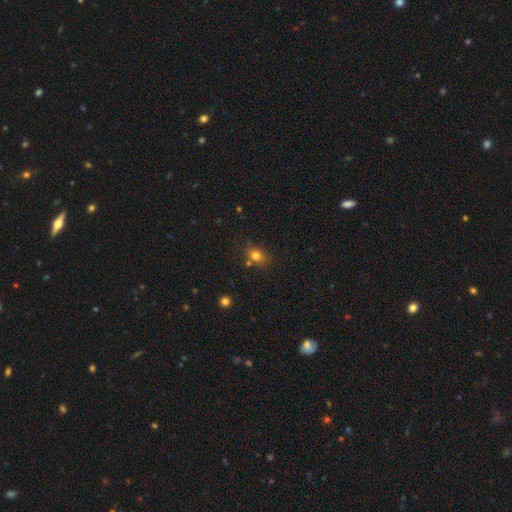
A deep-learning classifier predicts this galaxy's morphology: The model was most divided on "how rounded": in between: 61%, round: 37%, cigar-shaped: 2%. More confident: smooth or featured — smooth (77%); merging — none (67%).